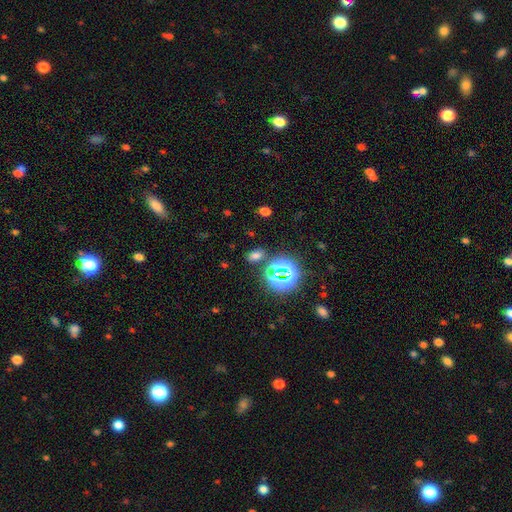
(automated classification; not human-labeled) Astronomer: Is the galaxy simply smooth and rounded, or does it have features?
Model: smooth — 59%.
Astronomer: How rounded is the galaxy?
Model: in between — 79%.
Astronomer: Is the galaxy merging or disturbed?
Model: none — 82%.